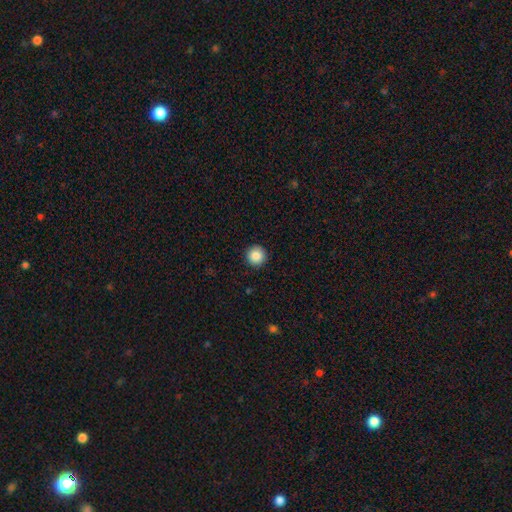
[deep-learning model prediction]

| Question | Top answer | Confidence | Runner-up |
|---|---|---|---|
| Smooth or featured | smooth | 87% | star or artifact (9%) |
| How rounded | round | 96% | in between (3%) |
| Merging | none | 93% | minor disturbance (5%) |